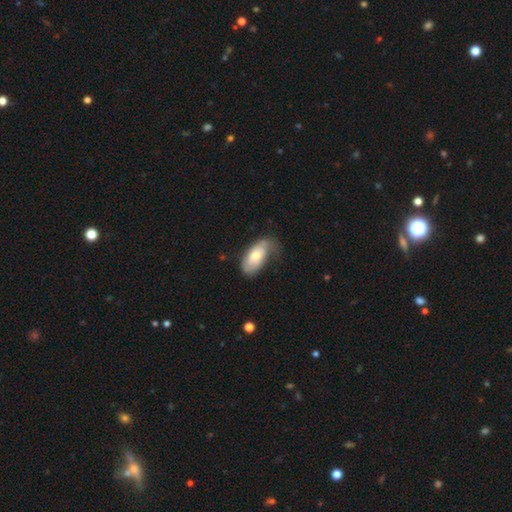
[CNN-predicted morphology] smooth-or-featured: smooth: 63% | featured or disk: 31% | star or artifact: 6%
  how-rounded: in between: 91% | cigar-shaped: 6% | round: 3%
  merging: none: 39% | minor disturbance: 37% | major disturbance: 21% | merger: 3%